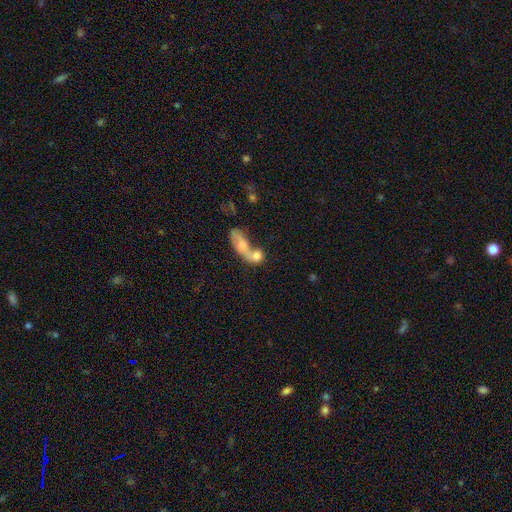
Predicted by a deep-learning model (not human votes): smooth 60%, featured or disk 29%, star or artifact 10%. Down the decision tree: how rounded — in between (58%); merging — merger (72%).